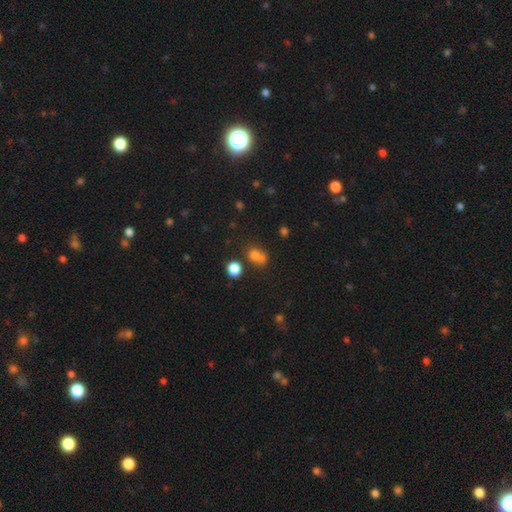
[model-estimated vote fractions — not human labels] Morphology: type=smooth (73%); roundness=round (62%); merging=merger (42%).